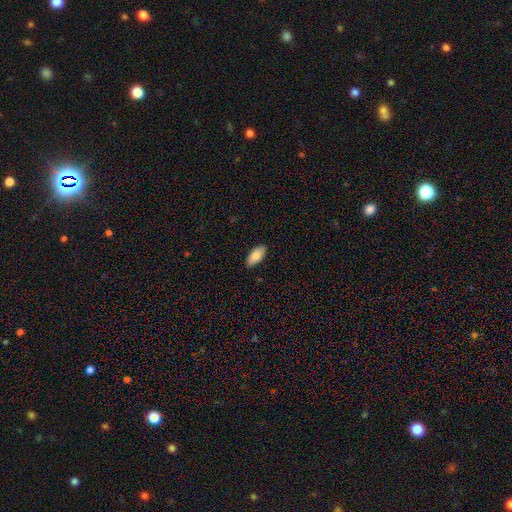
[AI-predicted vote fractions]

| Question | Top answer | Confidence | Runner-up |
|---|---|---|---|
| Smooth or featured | smooth | 81% | featured or disk (13%) |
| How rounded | in between | 91% | cigar-shaped (7%) |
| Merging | none | 90% | minor disturbance (8%) |